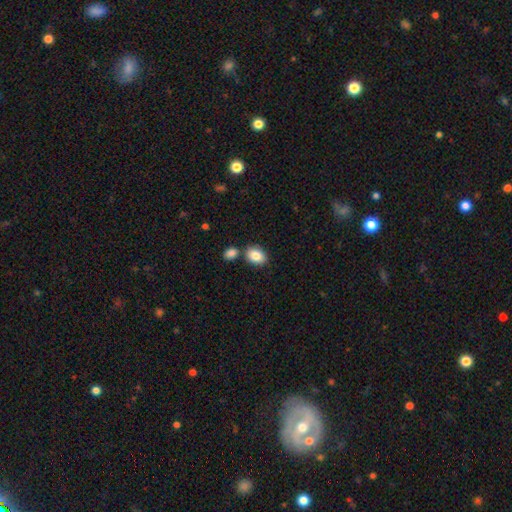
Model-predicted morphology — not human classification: Smooth or featured? smooth (85%)
How rounded? in between (78%)
Merging? none (72%)